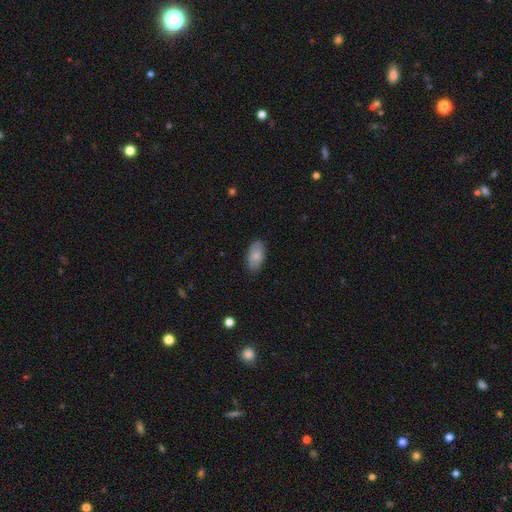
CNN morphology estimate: The model was most divided on "smooth or featured": smooth: 82%, featured or disk: 12%, star or artifact: 6%. More confident: how rounded — in between (94%); merging — none (84%).